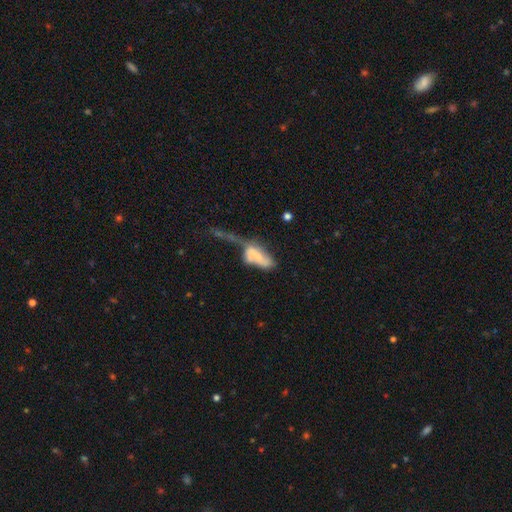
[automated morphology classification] A smooth galaxy with no disk features (48%). Merging: major disturbance (40%).